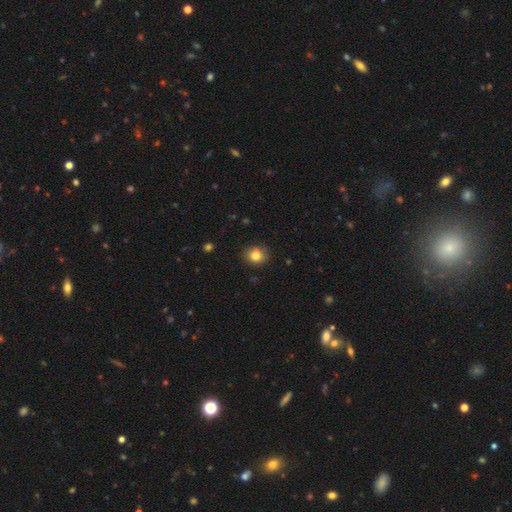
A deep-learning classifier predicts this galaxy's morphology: type=smooth (82%); roundness=round (73%); merging=none (83%).